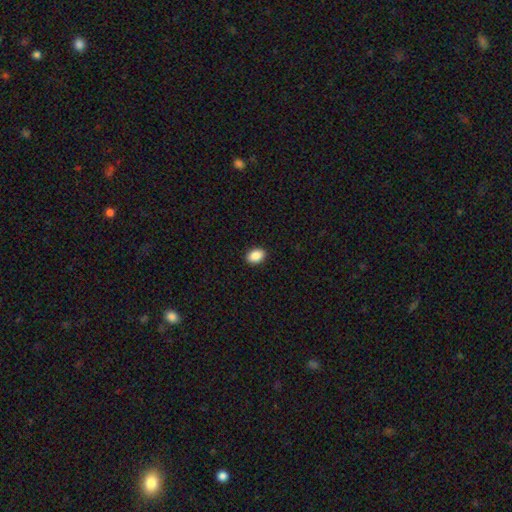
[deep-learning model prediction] Smooth or featured: smooth — 89% (star or artifact — 8%)
How rounded: in between — 81% (round — 18%)
Merging: none — 91% (minor disturbance — 6%)